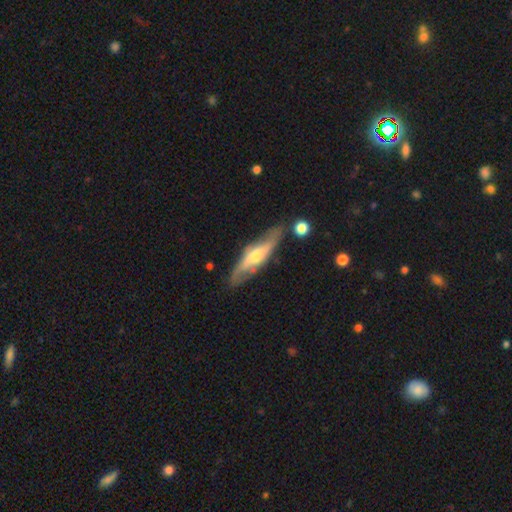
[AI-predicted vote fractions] A featured or disk galaxy (67%) viewed edge-on (63%).

Vote fractions:
- Smooth or featured? featured or disk: 67% / smooth: 27% / star or artifact: 6%
- Edge-on disk? yes: 63% / no: 37%
- Merging? none: 77% / minor disturbance: 16% / major disturbance: 4% / merger: 4%